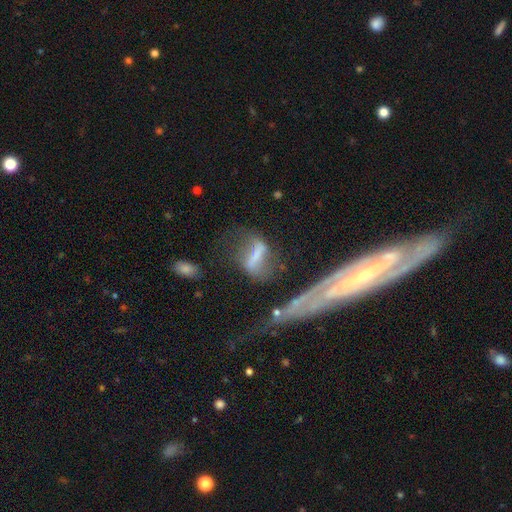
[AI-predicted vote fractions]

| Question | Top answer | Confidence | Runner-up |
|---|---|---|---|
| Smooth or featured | featured or disk | 59% | smooth (30%) |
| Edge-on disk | no | 86% | yes (14%) |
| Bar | strong | 62% | weak (23%) |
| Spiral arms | yes | 59% | no (41%) |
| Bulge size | none | 55% | small (23%) |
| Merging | none | 38% | major disturbance (28%) |